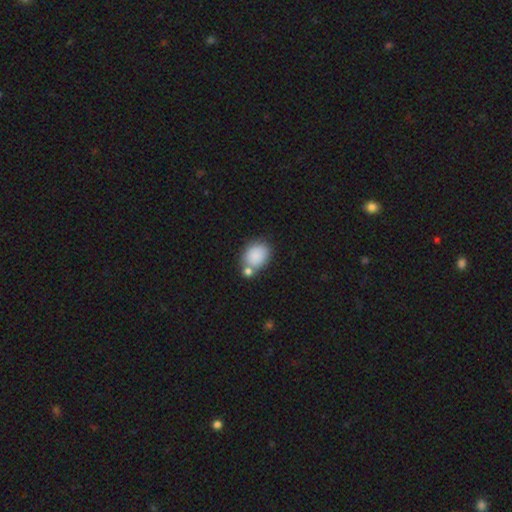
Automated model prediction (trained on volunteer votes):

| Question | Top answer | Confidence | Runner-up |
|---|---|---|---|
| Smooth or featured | smooth | 85% | star or artifact (8%) |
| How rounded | in between | 59% | round (40%) |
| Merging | none | 52% | merger (30%) |